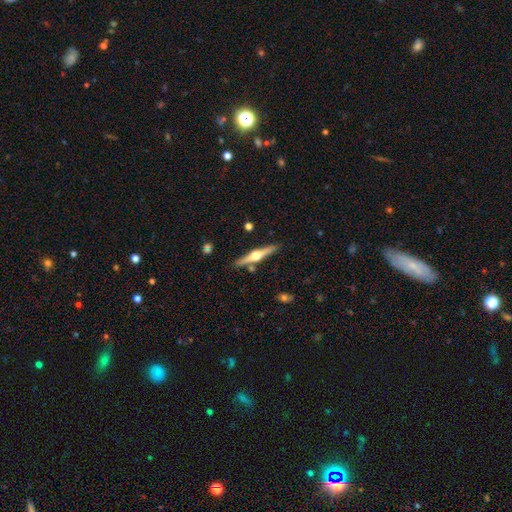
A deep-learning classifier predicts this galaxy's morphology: A featured or disk galaxy (73%) viewed edge-on (98%) with a rounded central bulge (95%). Merging: none (87%).